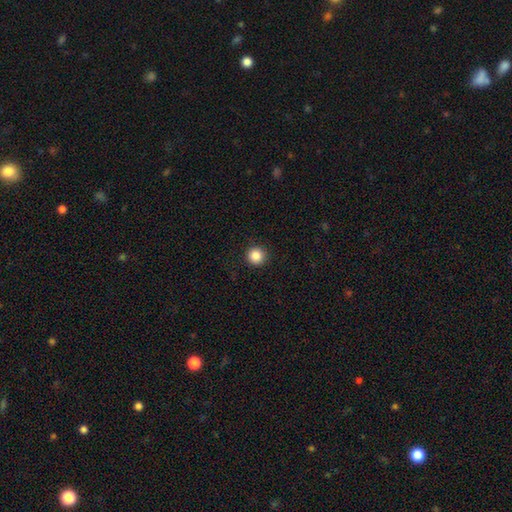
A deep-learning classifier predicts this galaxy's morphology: A smooth galaxy with no disk features (86%) that is round (96%). Merging: none (92%).